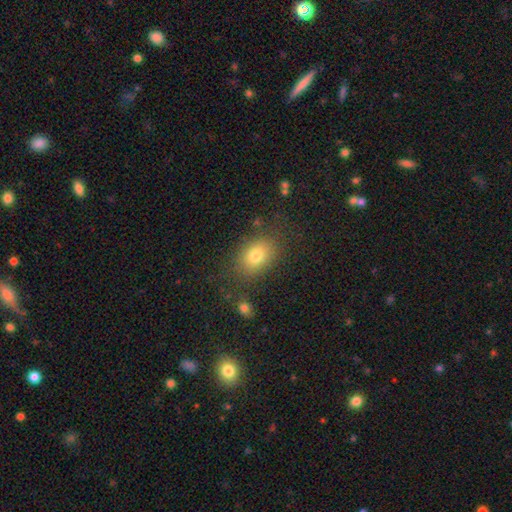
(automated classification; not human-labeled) Morphology: type=smooth (78%); roundness=in between (75%); merging=none (79%).